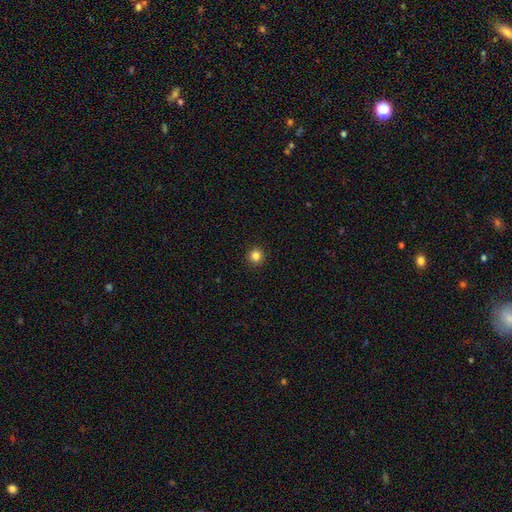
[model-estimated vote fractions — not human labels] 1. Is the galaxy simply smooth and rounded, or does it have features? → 85% smooth, 11% star or artifact, 4% featured or disk.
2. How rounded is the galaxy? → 95% round, 4% in between, 1% cigar-shaped.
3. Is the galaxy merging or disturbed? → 93% none, 5% minor disturbance, 2% major disturbance, 1% merger.